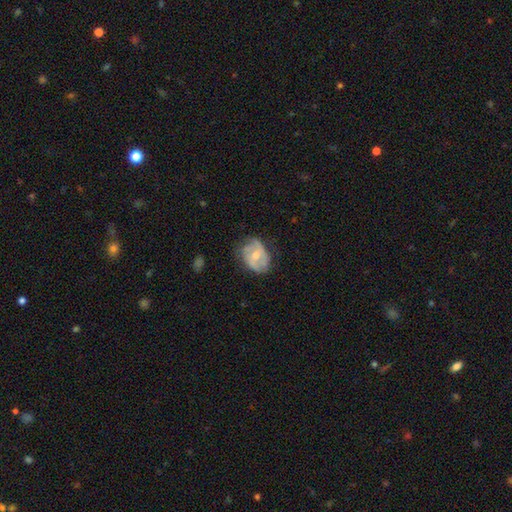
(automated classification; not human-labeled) Morphology: type=featured or disk (64%); edge-on=no (96%); bar=no (51%); spiral arms=yes (73%); bulge=moderate (59%); merging=none (57%).